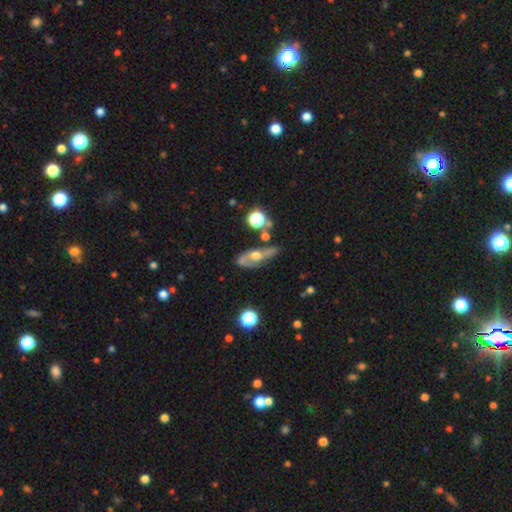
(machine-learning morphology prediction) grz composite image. It shows a featured or disk galaxy (68%) with no bar (68%), spiral arms (67%) and a moderate central bulge (69%). Merging: none (57%).